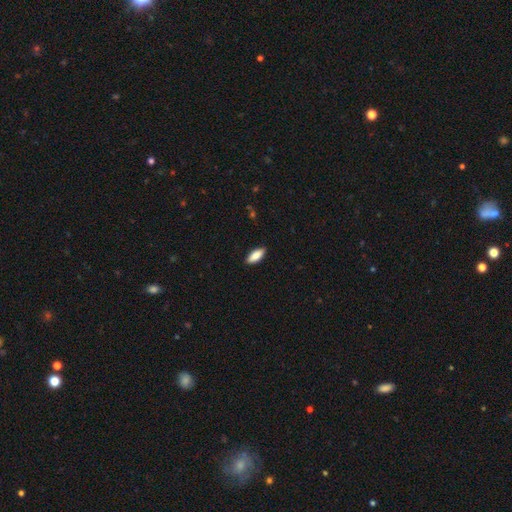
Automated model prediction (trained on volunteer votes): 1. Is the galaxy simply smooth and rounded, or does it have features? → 85% smooth, 9% featured or disk, 6% star or artifact.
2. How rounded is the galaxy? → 76% in between, 22% cigar-shaped, 2% round.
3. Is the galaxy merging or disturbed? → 90% none, 8% minor disturbance, 2% major disturbance, 1% merger.